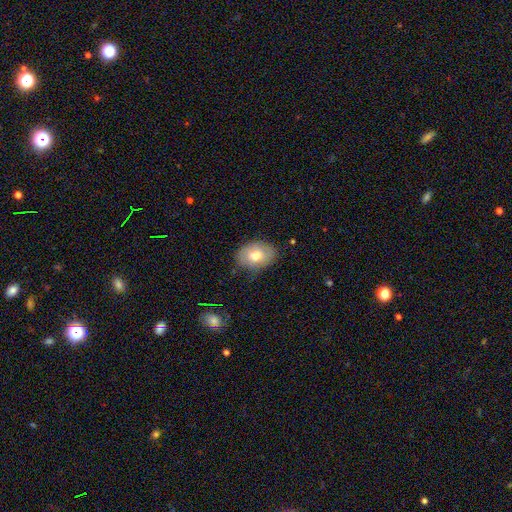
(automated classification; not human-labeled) The model was most divided on "smooth or featured": smooth: 74%, featured or disk: 19%, star or artifact: 7%. More confident: merging — none (79%); how rounded — in between (77%).